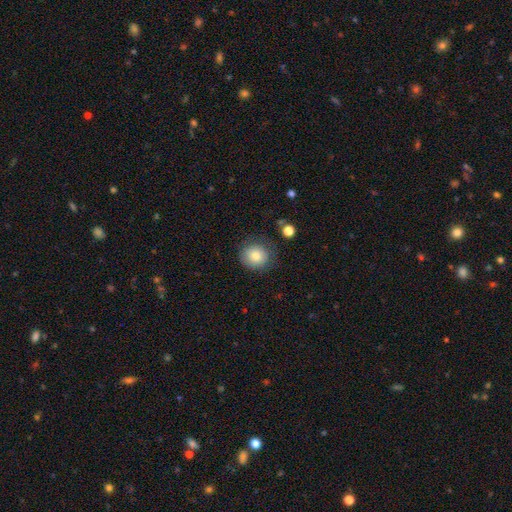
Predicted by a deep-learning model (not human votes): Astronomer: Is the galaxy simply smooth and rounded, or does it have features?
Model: smooth — 81%.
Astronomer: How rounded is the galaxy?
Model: round — 86%.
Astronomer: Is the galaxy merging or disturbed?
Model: none — 78%.